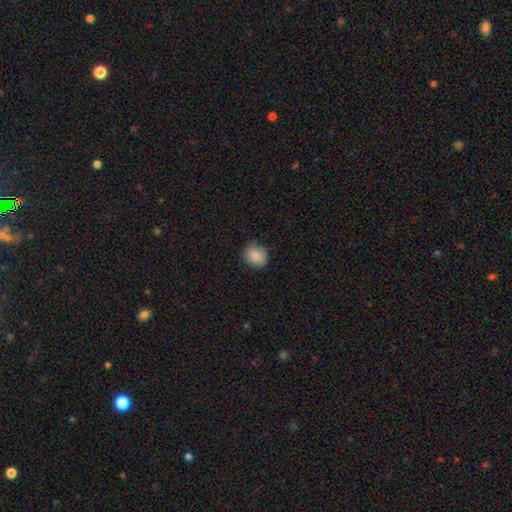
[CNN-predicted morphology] type=smooth (88%); roundness=round (74%); merging=none (80%).